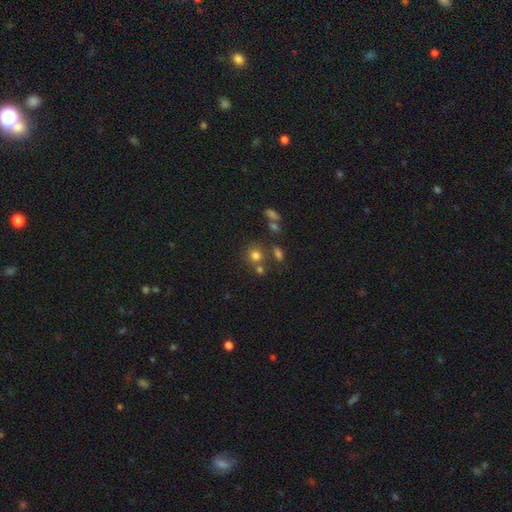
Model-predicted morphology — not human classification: Overall: smooth (74%). How rounded: round (84%). Merging: none (64%).